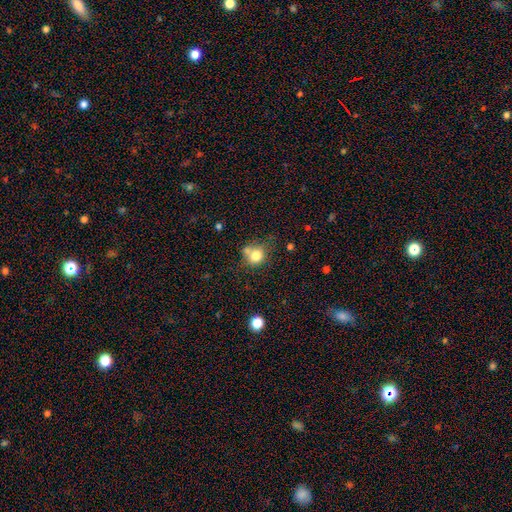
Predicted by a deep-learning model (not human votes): smooth-or-featured: smooth: 78% | star or artifact: 11% | featured or disk: 11%
  how-rounded: round: 76% | in between: 23% | cigar-shaped: 1%
  merging: none: 52% | merger: 24% | minor disturbance: 18% | major disturbance: 7%